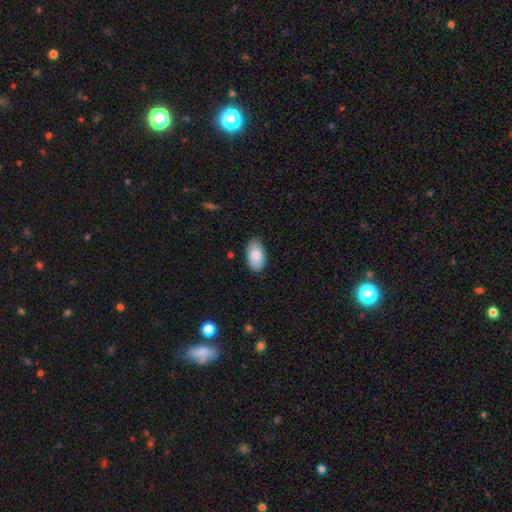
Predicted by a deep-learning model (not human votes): smooth 86%, featured or disk 8%, star or artifact 6%. Down the decision tree: how rounded — in between (95%); merging — none (85%).